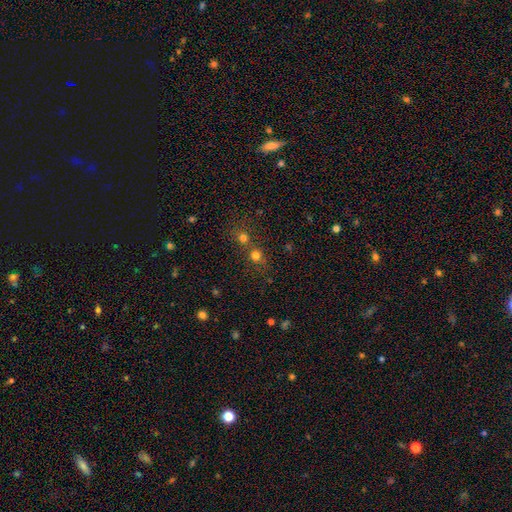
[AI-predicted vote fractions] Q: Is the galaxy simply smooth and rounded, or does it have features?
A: smooth — 71%.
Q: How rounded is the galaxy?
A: round — 86%.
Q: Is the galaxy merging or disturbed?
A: none — 53%.